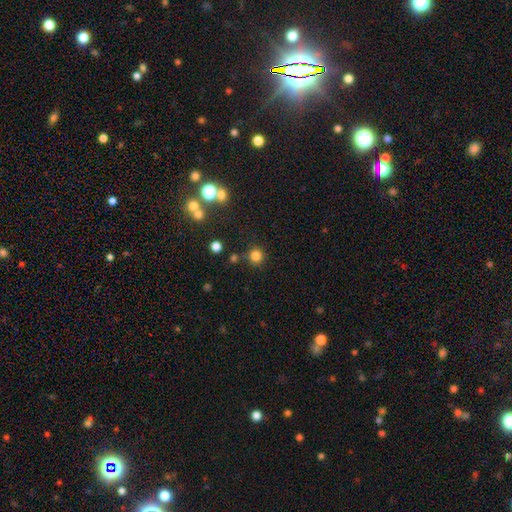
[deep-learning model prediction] Smooth or featured? Predicted: smooth (p=0.80). How rounded? Predicted: round (p=0.93). Merging? Predicted: none (p=0.82).